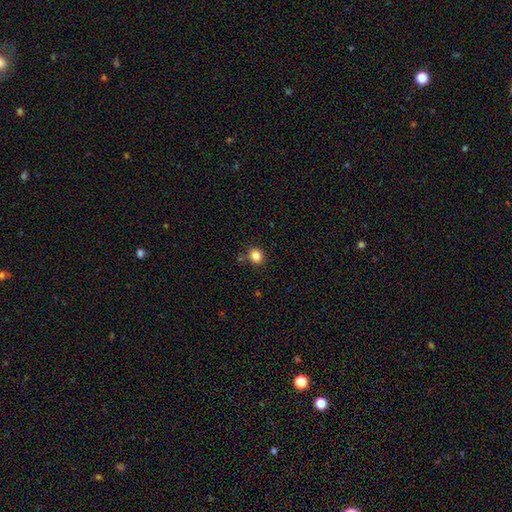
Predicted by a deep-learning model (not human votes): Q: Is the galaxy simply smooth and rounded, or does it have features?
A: smooth — 84%.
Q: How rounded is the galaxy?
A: round — 80%.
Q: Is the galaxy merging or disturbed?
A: none — 82%.